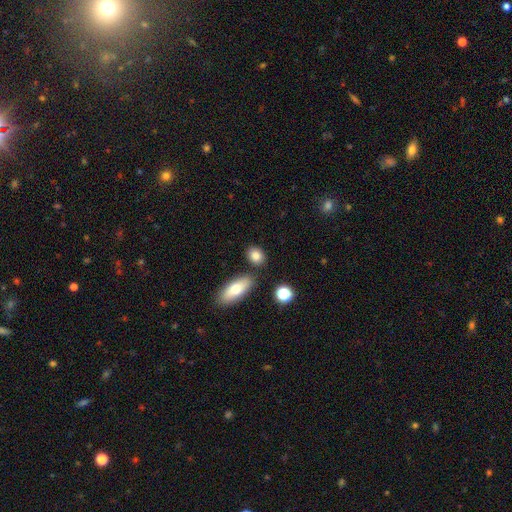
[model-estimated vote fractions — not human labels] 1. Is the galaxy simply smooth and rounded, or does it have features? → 83% smooth, 9% star or artifact, 8% featured or disk.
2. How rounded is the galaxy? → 58% in between, 39% round, 3% cigar-shaped.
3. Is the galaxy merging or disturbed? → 79% none, 10% minor disturbance, 8% merger, 3% major disturbance.